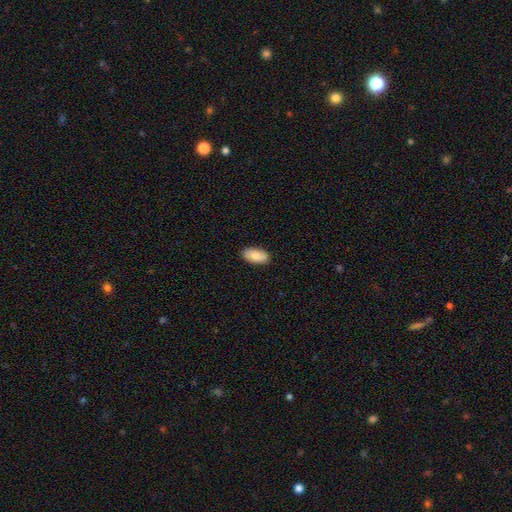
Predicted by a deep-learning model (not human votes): Smooth or featured? Predicted: smooth (p=0.84). How rounded? Predicted: in between (p=0.92). Merging? Predicted: none (p=0.88).